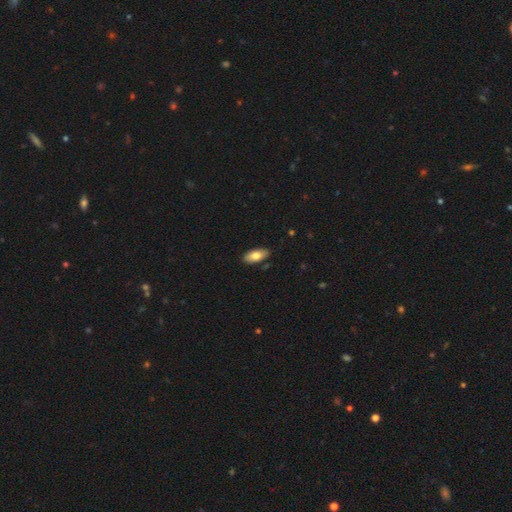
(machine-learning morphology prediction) Q: Smooth or featured?
A: smooth (79%); runner-up: featured or disk (14%)
Q: How rounded?
A: in between (89%); runner-up: cigar-shaped (9%)
Q: Merging?
A: none (87%); runner-up: minor disturbance (10%)